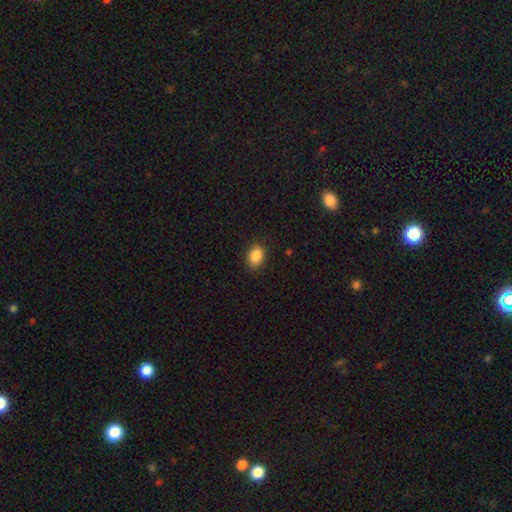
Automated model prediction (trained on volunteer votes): smooth 88%, star or artifact 8%, featured or disk 4%. Down the decision tree: how rounded — in between (72%); merging — none (86%).